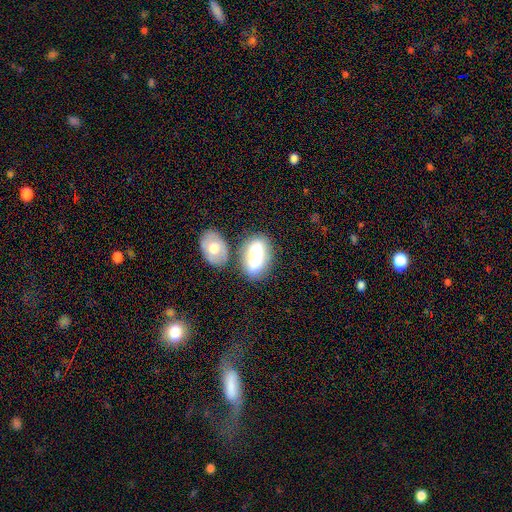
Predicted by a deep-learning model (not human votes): This appears to be a smooth galaxy with no disk features (76%) that is in between round and cigar-shaped (88%). Merging: none (58%).